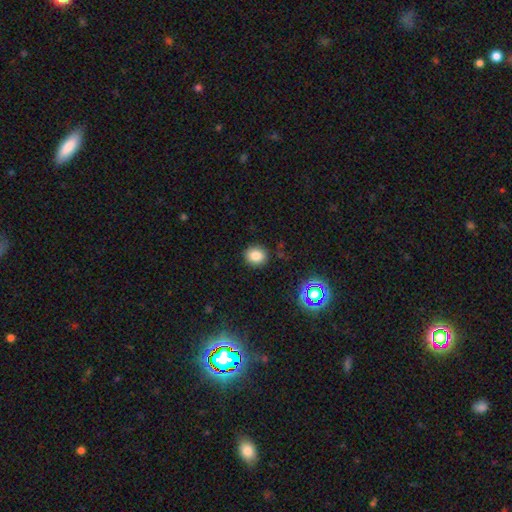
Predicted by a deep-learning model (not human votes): The model was most divided on "how rounded": round: 78%, in between: 21%, cigar-shaped: 1%. More confident: merging — none (89%); smooth or featured — smooth (82%).